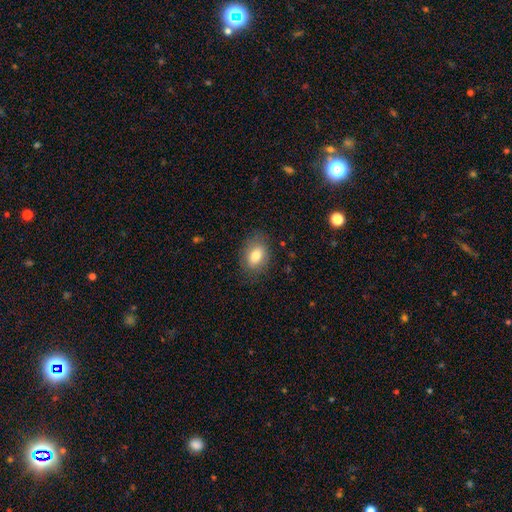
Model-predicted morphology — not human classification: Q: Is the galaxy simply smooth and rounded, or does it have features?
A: smooth — 80%.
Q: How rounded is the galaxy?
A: in between — 76%.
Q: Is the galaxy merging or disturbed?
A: none — 81%.